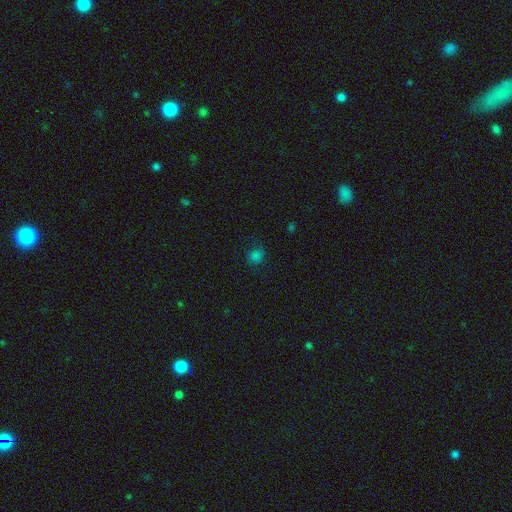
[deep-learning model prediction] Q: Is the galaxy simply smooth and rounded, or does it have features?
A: smooth — 77%.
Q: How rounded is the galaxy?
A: round — 71%.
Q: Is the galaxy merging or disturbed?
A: none — 75%.